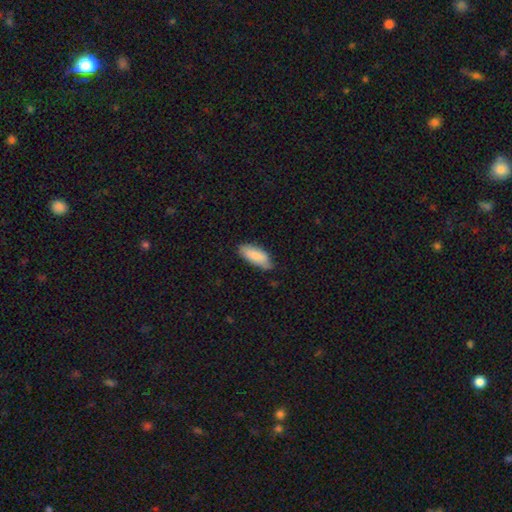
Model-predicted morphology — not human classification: Smooth or featured?
  - smooth: 85% *
  - featured or disk: 9%
  - star or artifact: 6%
How rounded?
  - in between: 79% *
  - cigar-shaped: 19%
  - round: 2%
Merging?
  - none: 70% *
  - minor disturbance: 25%
  - major disturbance: 3%
  - merger: 1%